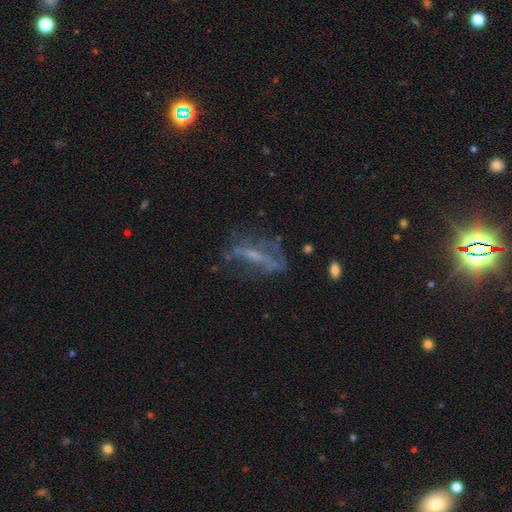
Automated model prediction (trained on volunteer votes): Morphology: type=featured or disk (61%); edge-on=no (74%); merging=none (46%).